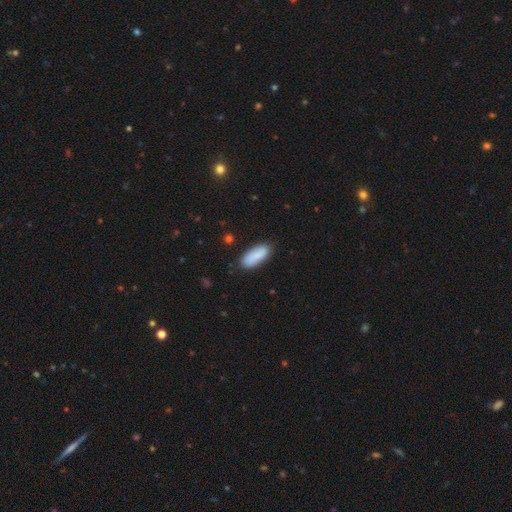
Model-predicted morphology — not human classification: This appears to be a smooth galaxy with no disk features (88%) that is in between round and cigar-shaped (80%). Merging: none (84%).